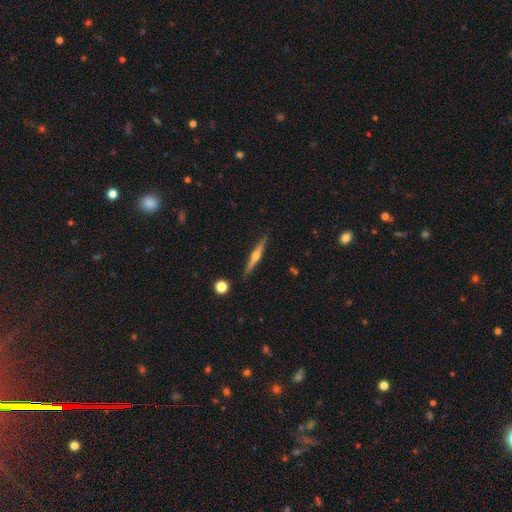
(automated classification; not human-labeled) Overall: featured or disk (73%). Edge-on disk: yes (98%). Edge-on bulge: rounded (94%). Merging: none (90%).